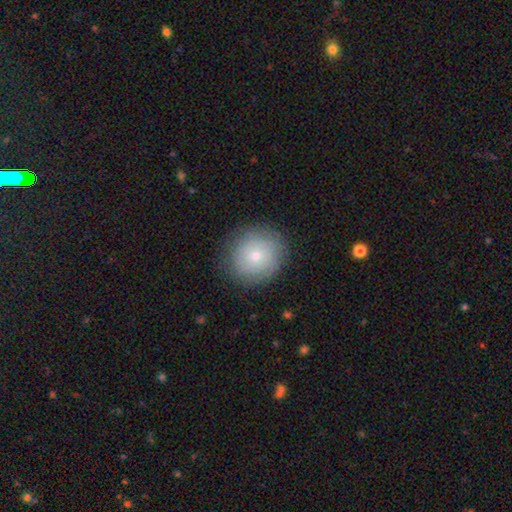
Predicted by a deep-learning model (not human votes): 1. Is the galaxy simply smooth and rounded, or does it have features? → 59% smooth, 32% featured or disk, 9% star or artifact.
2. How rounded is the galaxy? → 88% round, 11% in between, 1% cigar-shaped.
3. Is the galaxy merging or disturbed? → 84% none, 11% minor disturbance, 4% major disturbance, 1% merger.